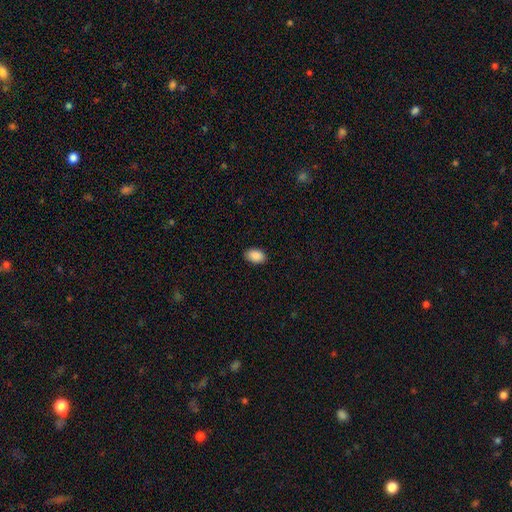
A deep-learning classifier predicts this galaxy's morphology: Smooth or featured? Predicted: smooth (p=0.90). How rounded? Predicted: in between (p=0.88). Merging? Predicted: none (p=0.88).